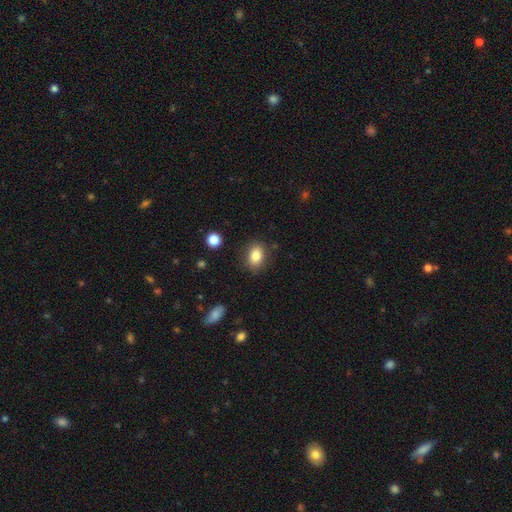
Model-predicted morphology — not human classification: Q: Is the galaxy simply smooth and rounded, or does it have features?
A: smooth — 85%.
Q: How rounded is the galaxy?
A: in between — 74%.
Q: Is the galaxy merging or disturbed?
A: none — 84%.